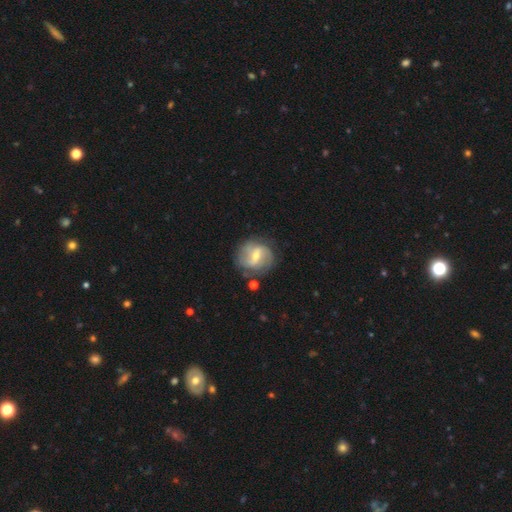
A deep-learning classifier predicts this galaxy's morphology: Smooth or featured?
  - featured or disk: 76% *
  - smooth: 18%
  - star or artifact: 6%
Edge-on disk?
  - no: 97% *
  - yes: 3%
Bar?
  - weak: 50% *
  - strong: 32%
  - no: 17%
Spiral arms?
  - yes: 89% *
  - no: 11%
Spiral winding?
  - loose: 40% *
  - medium: 39%
  - tight: 21%
Spiral arm count?
  - 2: 69% *
  - can't tell: 15%
  - 3: 9%
  - 1: 3%
  - 4: 3%
  - more than 4: 2%
Bulge size?
  - small: 53% *
  - moderate: 42%
  - large: 2%
  - none: 2%
  - dominant: 1%
Merging?
  - none: 75% *
  - minor disturbance: 15%
  - major disturbance: 6%
  - merger: 4%